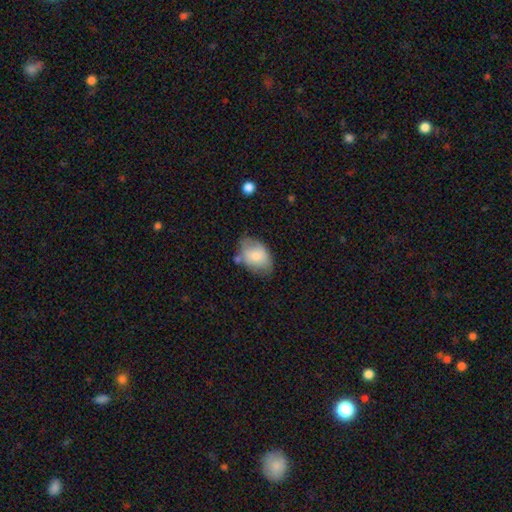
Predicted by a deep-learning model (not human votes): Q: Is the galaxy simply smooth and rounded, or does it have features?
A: smooth — 72%.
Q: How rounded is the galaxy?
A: in between — 85%.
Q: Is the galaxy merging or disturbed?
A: none — 57%.